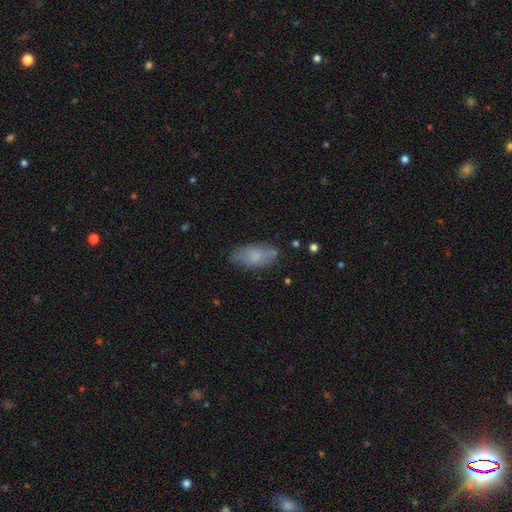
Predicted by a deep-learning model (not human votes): Smooth or featured? Predicted: smooth (p=0.72). How rounded? Predicted: in between (p=0.88). Merging? Predicted: none (p=0.73).